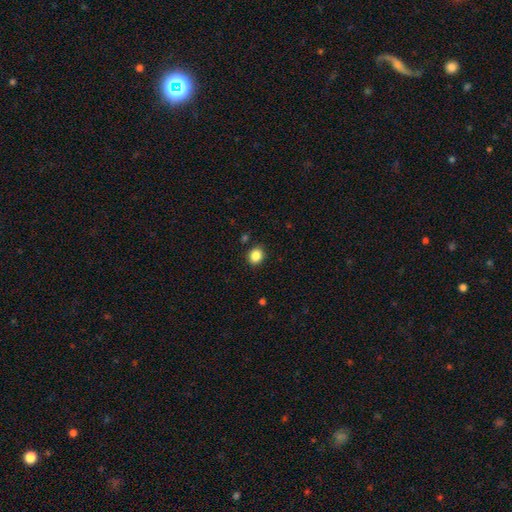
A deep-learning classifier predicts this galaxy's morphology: smooth-or-featured: smooth: 86% | star or artifact: 10% | featured or disk: 4%
  how-rounded: round: 72% | in between: 27% | cigar-shaped: 1%
  merging: none: 89% | minor disturbance: 7% | major disturbance: 2% | merger: 2%